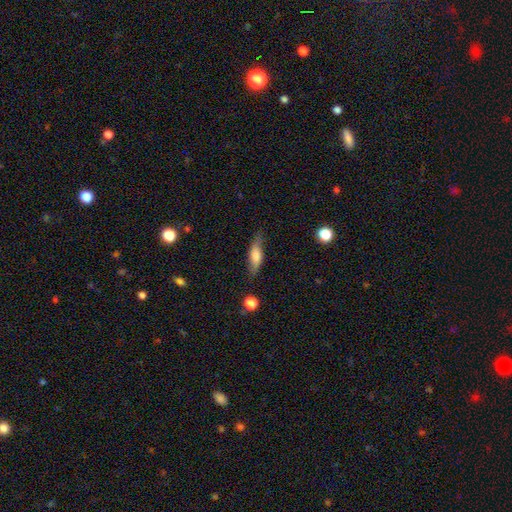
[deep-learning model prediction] A smooth galaxy with no disk features (59%) that is in between round and cigar-shaped (53%). Merging: none (73%).